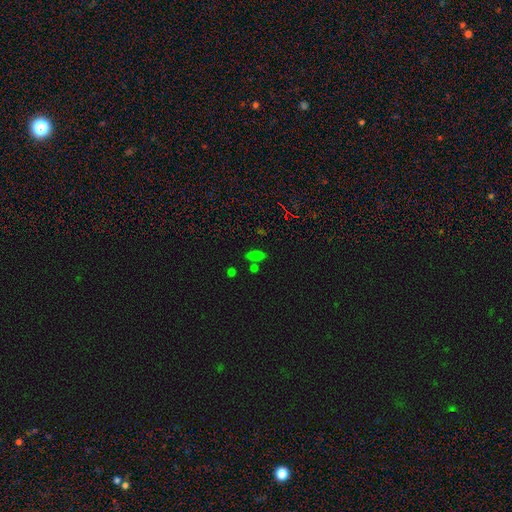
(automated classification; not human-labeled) This is likely a smooth galaxy (67%). How rounded: likely in between (70%). Merging: likely none (72%).